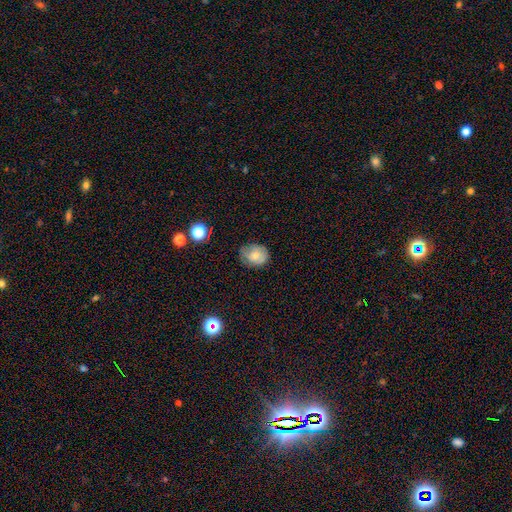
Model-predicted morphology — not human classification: A smooth galaxy with no disk features (72%) that is round (61%).

Vote fractions:
- Smooth or featured? smooth: 72% / featured or disk: 18% / star or artifact: 10%
- How rounded? round: 61% / in between: 38% / cigar-shaped: 1%
- Merging? none: 65% / minor disturbance: 26% / major disturbance: 7% / merger: 1%